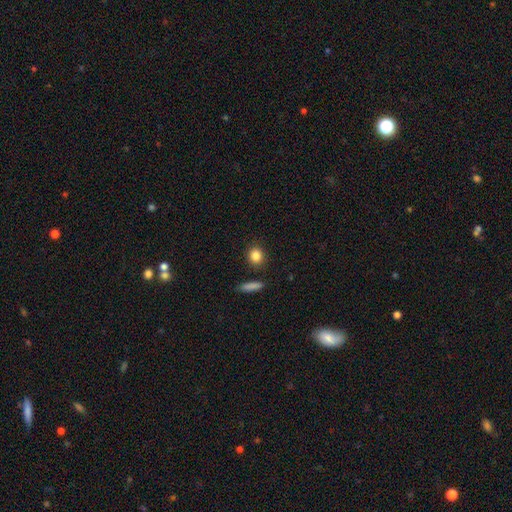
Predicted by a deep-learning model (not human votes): A smooth galaxy with no disk features (86%) that is round (81%). Merging: none (87%).